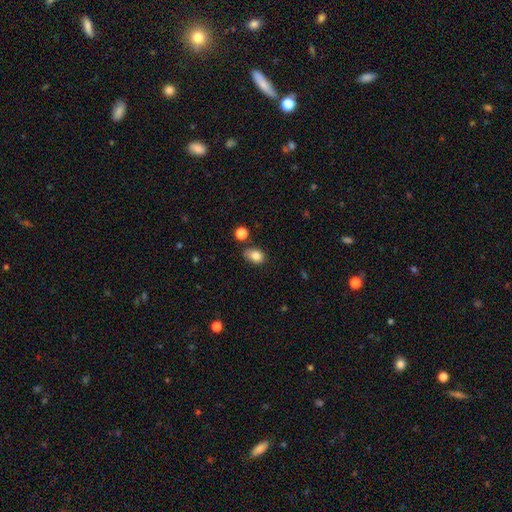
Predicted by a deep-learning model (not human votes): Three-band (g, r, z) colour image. It shows a smooth galaxy with no disk features (84%) that is in between round and cigar-shaped (72%). Merging: none (61%).